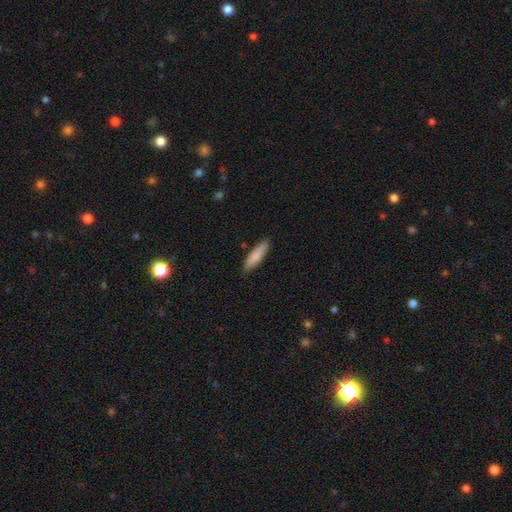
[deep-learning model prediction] smooth 85%, featured or disk 10%, star or artifact 6%. Down the decision tree: how rounded — cigar-shaped (73%); merging — none (85%).